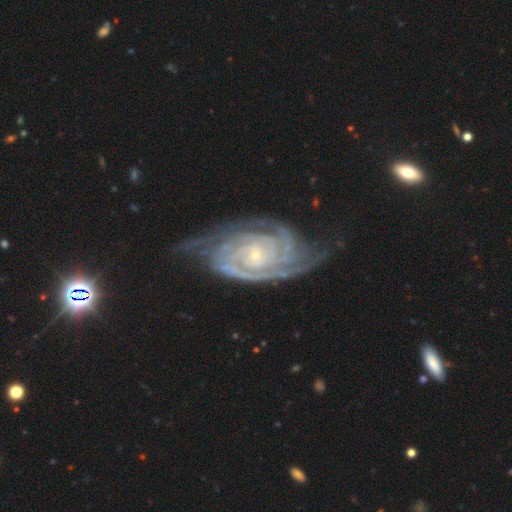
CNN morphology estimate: Overall: featured or disk (92%). Edge-on disk: no (97%). Bar: no (71%). Spiral arms: yes (99%). Spiral arm count: 2 (28%; 3 24%). Spiral winding: tight (80%). Bulge size: small (83%). Merging: none (65%).